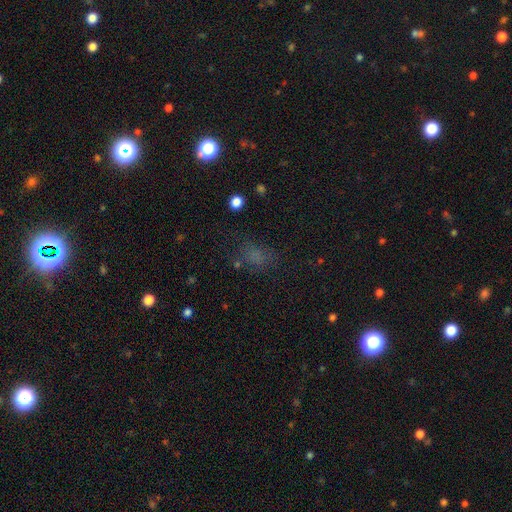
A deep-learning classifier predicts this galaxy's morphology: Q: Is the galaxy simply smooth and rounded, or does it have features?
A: smooth — 62%.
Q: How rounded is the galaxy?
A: in between — 66%.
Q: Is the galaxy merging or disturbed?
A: none — 62%.